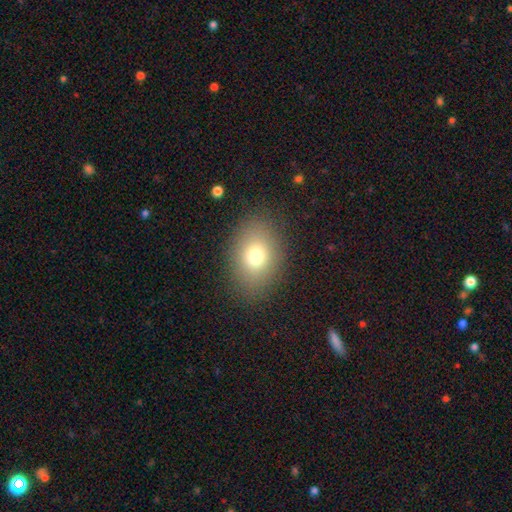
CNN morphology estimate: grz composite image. It shows a smooth galaxy with no disk features (75%) that is in between round and cigar-shaped (73%). Merging: none (85%).